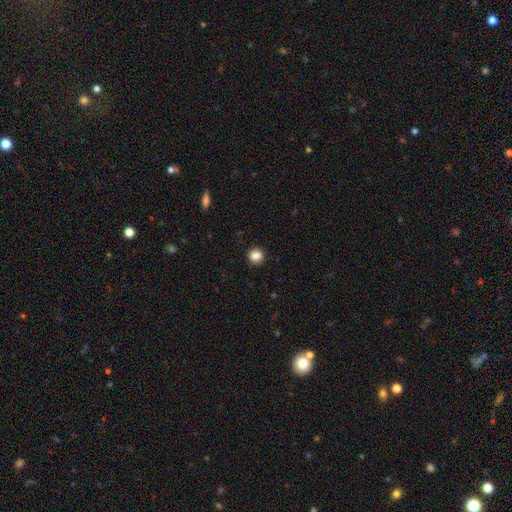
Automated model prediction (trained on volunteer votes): Morphology: type=smooth (87%); roundness=round (90%); merging=none (92%).